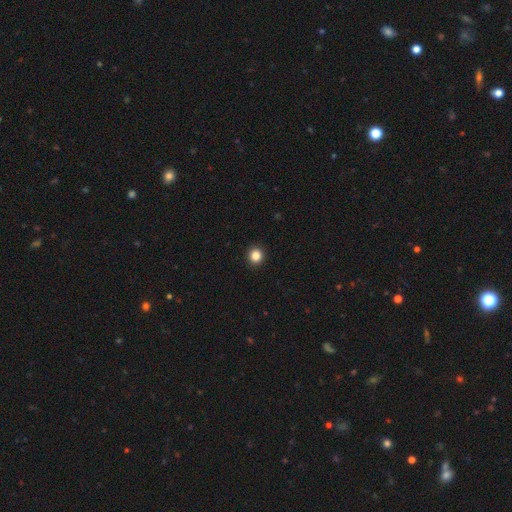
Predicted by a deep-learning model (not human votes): smooth 85%, star or artifact 11%, featured or disk 4%. Down the decision tree: how rounded — round (91%); merging — none (93%).